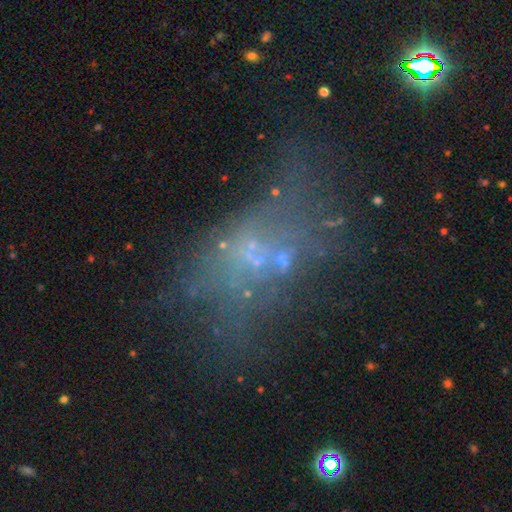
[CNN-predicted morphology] smooth-or-featured: featured or disk: 40% | star or artifact: 31% | smooth: 29%
  merging: none: 41% | major disturbance: 28% | minor disturbance: 17% | merger: 13%